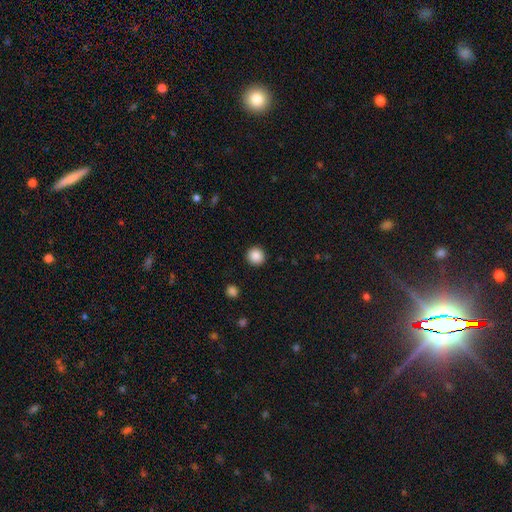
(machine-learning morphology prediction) smooth_or_featured: smooth (p=0.87) [alt: star or artifact p=0.09]
how_rounded: round (p=0.93) [alt: in between p=0.06]
merging: none (p=0.92) [alt: minor disturbance p=0.05]